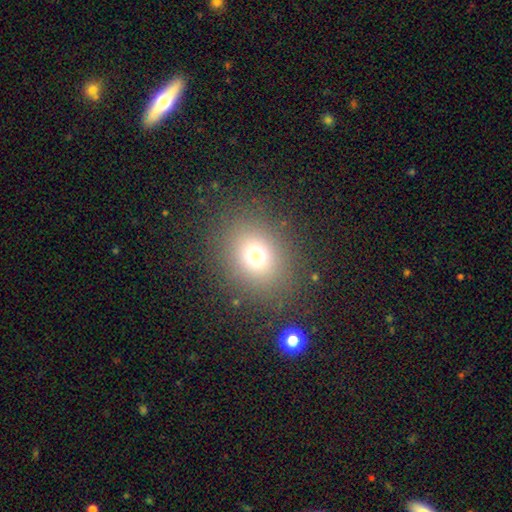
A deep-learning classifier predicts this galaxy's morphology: type=smooth (69%); roundness=round (67%); merging=none (85%).